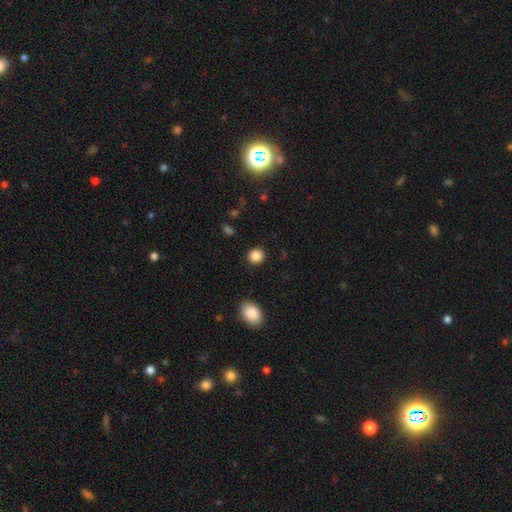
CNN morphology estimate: Smooth or featured: smooth — 87% (star or artifact — 10%)
How rounded: round — 87% (in between — 12%)
Merging: none — 91% (minor disturbance — 6%)